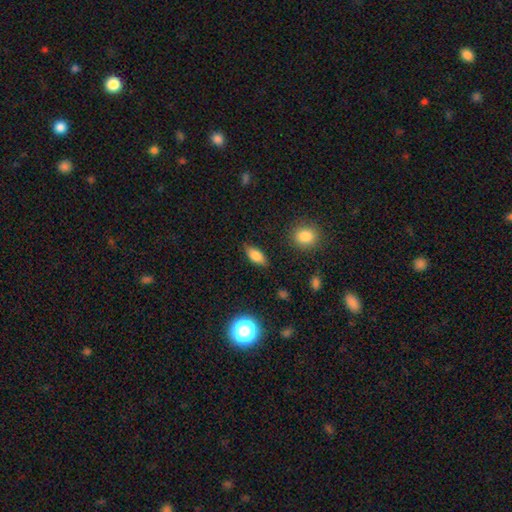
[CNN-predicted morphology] A smooth galaxy with no disk features (80%) that is in between round and cigar-shaped (84%). Merging: none (82%).